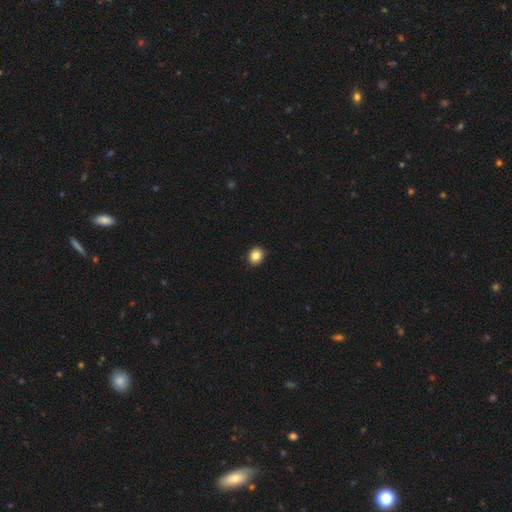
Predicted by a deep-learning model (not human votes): Morphology: type=smooth (85%); roundness=round (74%); merging=none (87%).